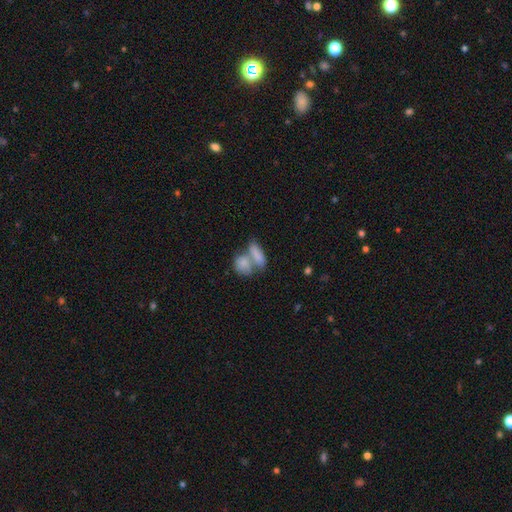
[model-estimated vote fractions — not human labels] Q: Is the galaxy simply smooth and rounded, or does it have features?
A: smooth — 80%.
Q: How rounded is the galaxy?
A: in between — 74%.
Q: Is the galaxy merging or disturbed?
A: merger — 62%.